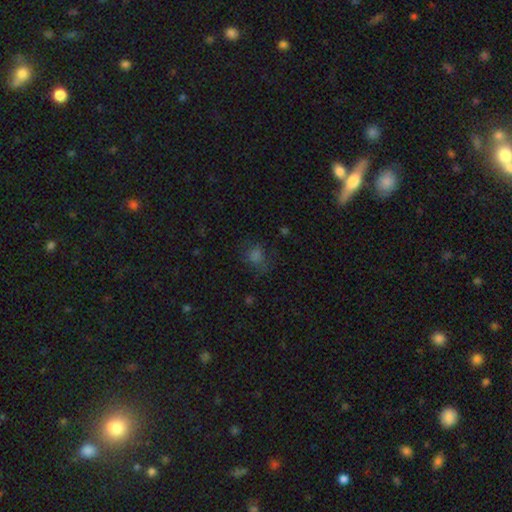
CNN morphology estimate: Smooth or featured: smooth — 62% (star or artifact — 28%)
How rounded: round — 62% (in between — 36%)
Merging: none — 64% (minor disturbance — 19%)